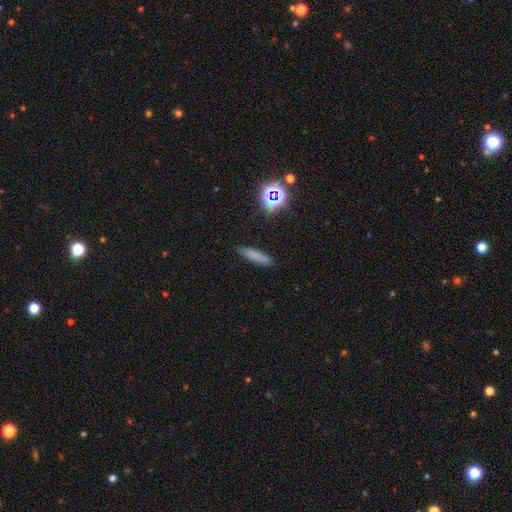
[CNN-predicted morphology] smooth_or_featured: smooth (p=0.76) [alt: star or artifact p=0.14]
how_rounded: cigar-shaped (p=0.79) [alt: in between p=0.18]
merging: none (p=0.86) [alt: minor disturbance p=0.10]